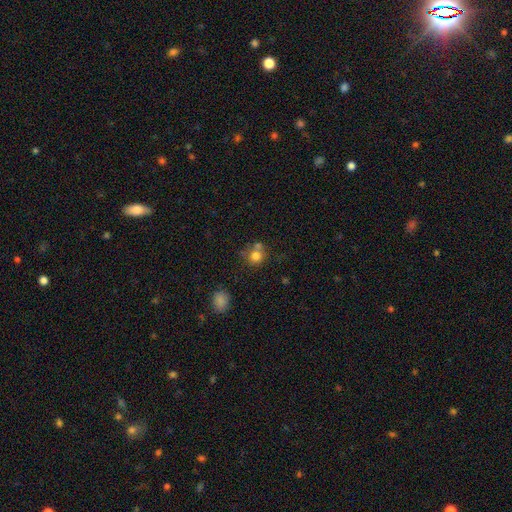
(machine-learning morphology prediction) smooth-or-featured: smooth: 78% | star or artifact: 12% | featured or disk: 10%
  how-rounded: round: 87% | in between: 12% | cigar-shaped: 1%
  merging: none: 54% | merger: 30% | minor disturbance: 12% | major disturbance: 5%